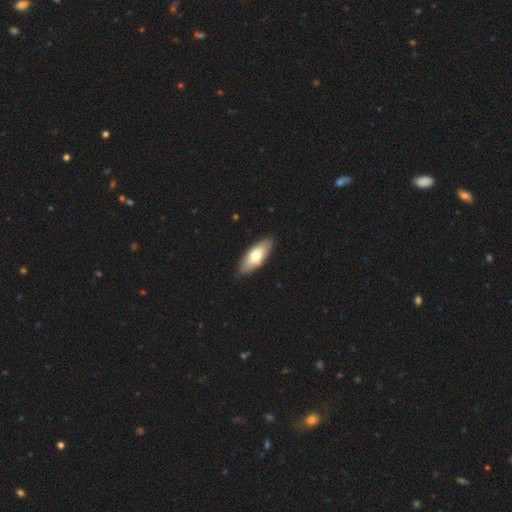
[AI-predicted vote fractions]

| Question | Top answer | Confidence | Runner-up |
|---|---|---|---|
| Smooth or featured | smooth | 71% | featured or disk (24%) |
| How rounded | in between | 75% | cigar-shaped (23%) |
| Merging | none | 88% | minor disturbance (9%) |